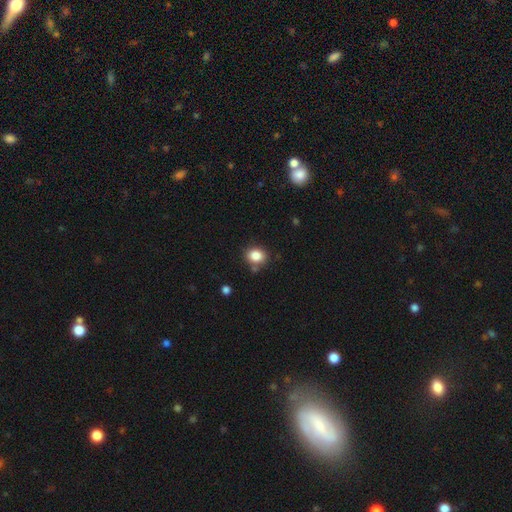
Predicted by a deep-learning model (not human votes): This is clearly a smooth galaxy (84%). How rounded: possibly round (57%). Merging: likely none (78%).